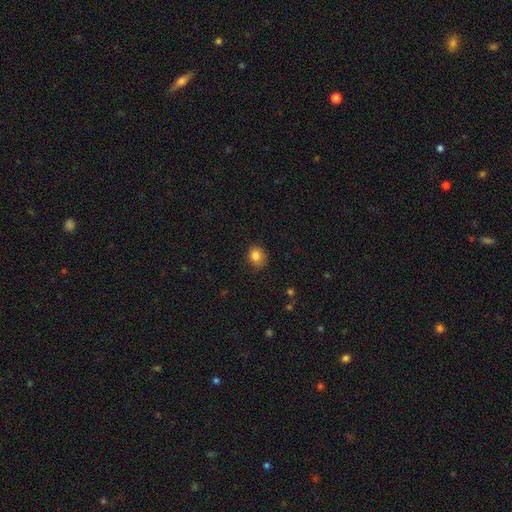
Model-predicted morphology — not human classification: type=smooth (84%); roundness=round (66%); merging=none (80%).